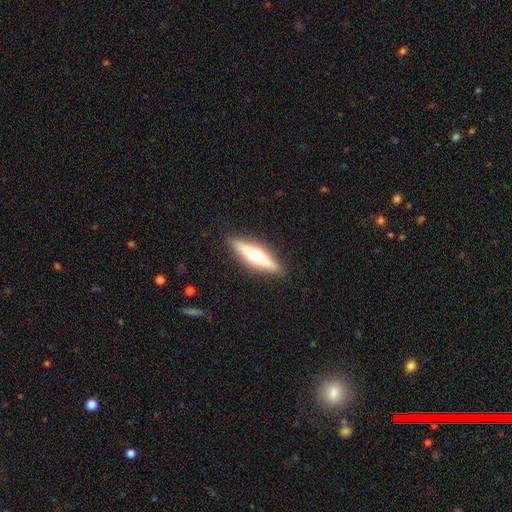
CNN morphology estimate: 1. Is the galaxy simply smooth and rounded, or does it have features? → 64% featured or disk, 30% smooth, 6% star or artifact.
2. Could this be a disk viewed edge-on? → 95% yes, 5% no.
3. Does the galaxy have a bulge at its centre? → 95% rounded, 3% boxy, 2% none.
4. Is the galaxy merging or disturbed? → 90% none, 7% minor disturbance, 2% major disturbance, 1% merger.